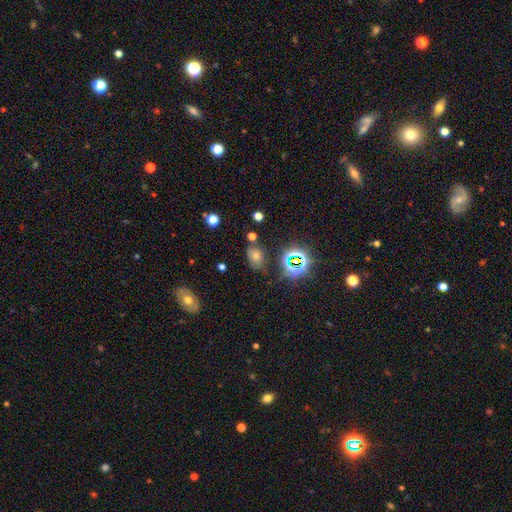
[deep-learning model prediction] smooth_or_featured: star or artifact (p=0.45) [alt: smooth p=0.38]